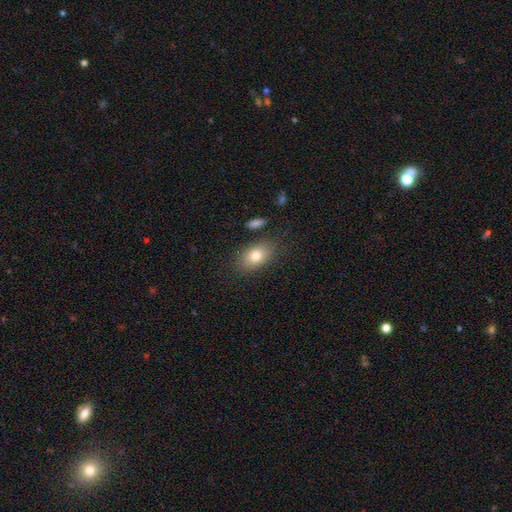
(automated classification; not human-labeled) This appears to be a smooth galaxy with no disk features (80%) that is in between round and cigar-shaped (87%). Merging: none (80%).